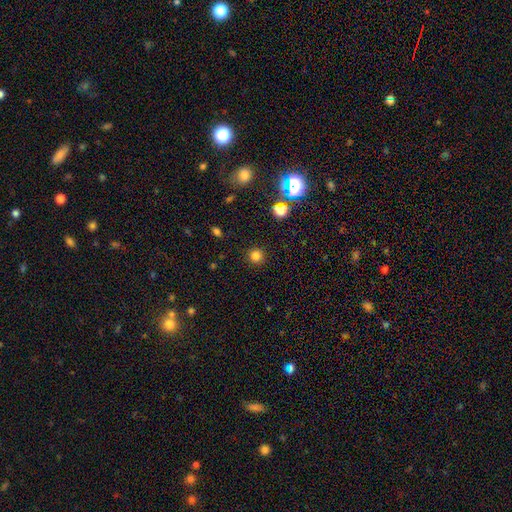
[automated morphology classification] This appears to be a smooth galaxy with no disk features (78%) that is round (94%). Merging: none (91%).